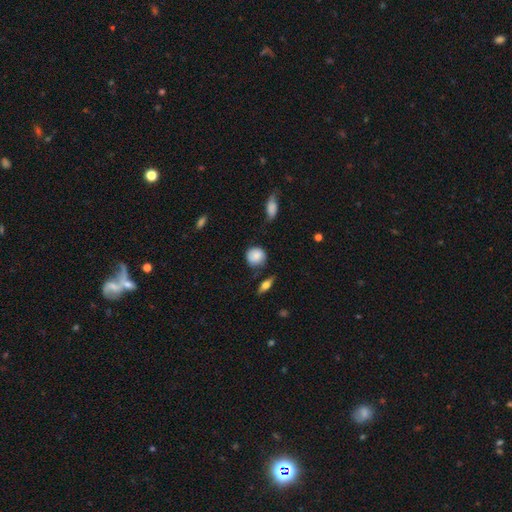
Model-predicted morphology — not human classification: smooth-or-featured: smooth: 79% | featured or disk: 13% | star or artifact: 8%
  how-rounded: round: 84% | in between: 14% | cigar-shaped: 2%
  merging: none: 67% | minor disturbance: 24% | major disturbance: 6% | merger: 4%